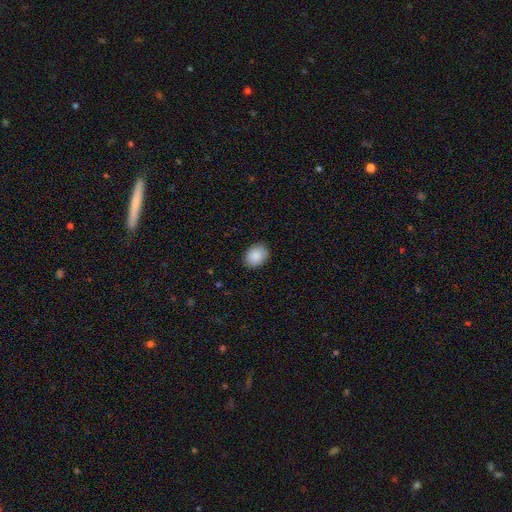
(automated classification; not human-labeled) Q: Smooth or featured?
A: smooth (88%); runner-up: star or artifact (7%)
Q: How rounded?
A: in between (59%); runner-up: round (40%)
Q: Merging?
A: none (89%); runner-up: minor disturbance (8%)